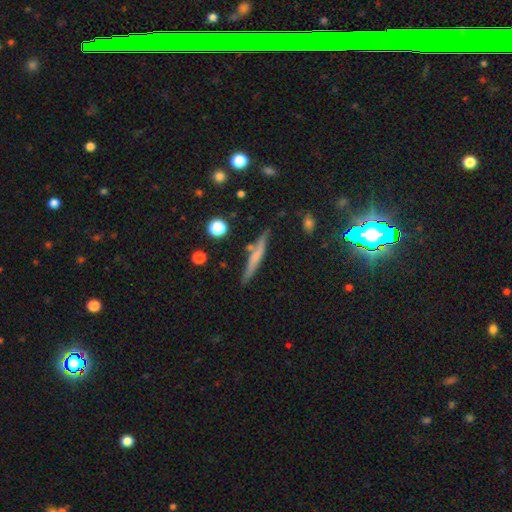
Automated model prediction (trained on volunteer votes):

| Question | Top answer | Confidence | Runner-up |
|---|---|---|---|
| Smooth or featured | smooth | 51% | featured or disk (41%) |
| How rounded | cigar-shaped | 92% | in between (6%) |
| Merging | none | 81% | minor disturbance (12%) |